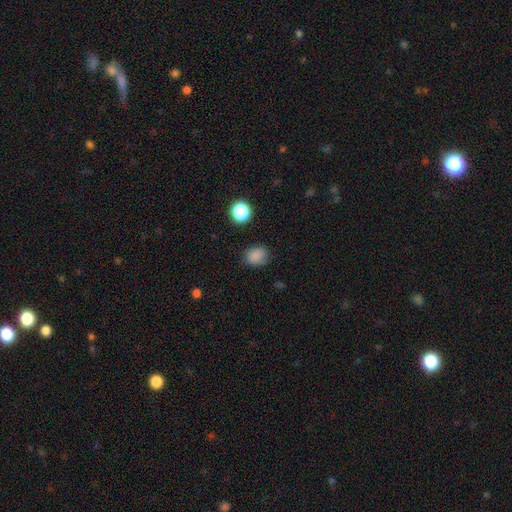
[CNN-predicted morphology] Smooth or featured: smooth — 82% (star or artifact — 13%)
How rounded: in between — 50% (round — 49%)
Merging: none — 75% (minor disturbance — 18%)